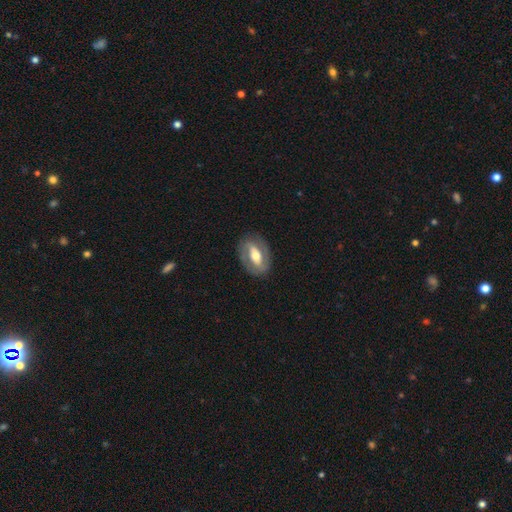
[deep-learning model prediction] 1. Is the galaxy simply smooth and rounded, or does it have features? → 71% featured or disk, 24% smooth, 5% star or artifact.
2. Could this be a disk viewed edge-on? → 91% no, 9% yes.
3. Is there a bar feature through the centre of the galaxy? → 50% strong, 28% weak, 21% no.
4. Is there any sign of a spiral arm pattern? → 63% yes, 37% no.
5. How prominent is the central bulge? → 67% moderate, 16% large, 14% small, 2% dominant, 1% none.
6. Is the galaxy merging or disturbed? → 81% none, 12% minor disturbance, 5% major disturbance, 1% merger.